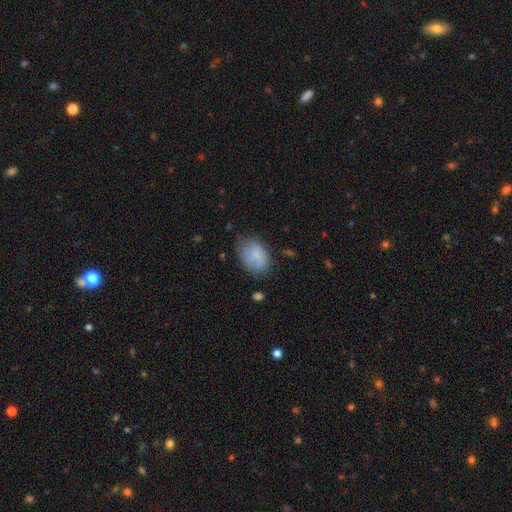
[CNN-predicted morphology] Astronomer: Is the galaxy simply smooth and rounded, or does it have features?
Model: smooth — 78%.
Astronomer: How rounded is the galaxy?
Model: in between — 80%.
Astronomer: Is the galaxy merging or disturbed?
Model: none — 63%.